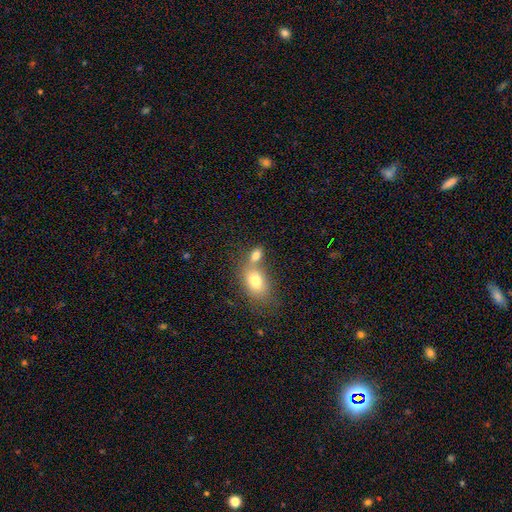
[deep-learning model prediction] Smooth or featured?
  - smooth: 78% *
  - featured or disk: 12%
  - star or artifact: 10%
How rounded?
  - in between: 81% *
  - round: 16%
  - cigar-shaped: 3%
Merging?
  - merger: 50% *
  - none: 36%
  - minor disturbance: 9%
  - major disturbance: 4%